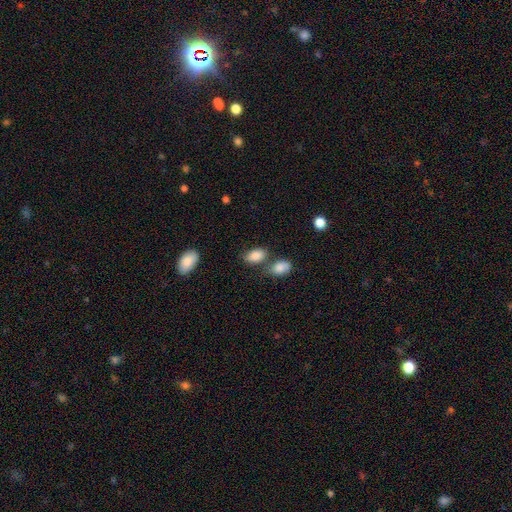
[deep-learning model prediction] Smooth or featured?
  - smooth: 85% *
  - star or artifact: 8%
  - featured or disk: 7%
How rounded?
  - in between: 89% *
  - round: 9%
  - cigar-shaped: 2%
Merging?
  - none: 58% *
  - merger: 21%
  - minor disturbance: 17%
  - major disturbance: 5%